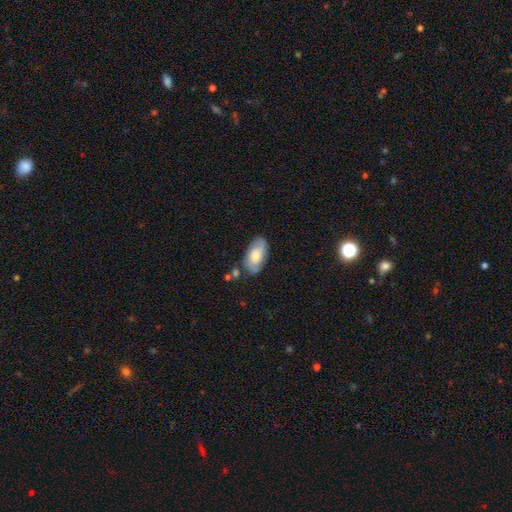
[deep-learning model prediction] Smooth or featured?
  - smooth: 59% *
  - featured or disk: 34%
  - star or artifact: 7%
How rounded?
  - in between: 93% *
  - cigar-shaped: 4%
  - round: 3%
Merging?
  - none: 68% *
  - minor disturbance: 21%
  - major disturbance: 5%
  - merger: 5%